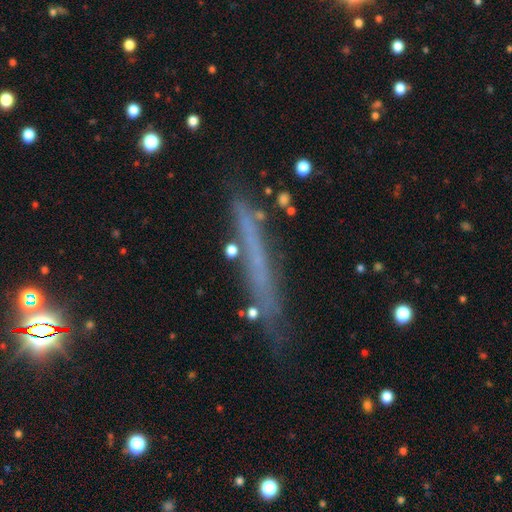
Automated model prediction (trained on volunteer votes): Morphology: type=featured or disk (45%, tied with smooth); merging=none (76%).